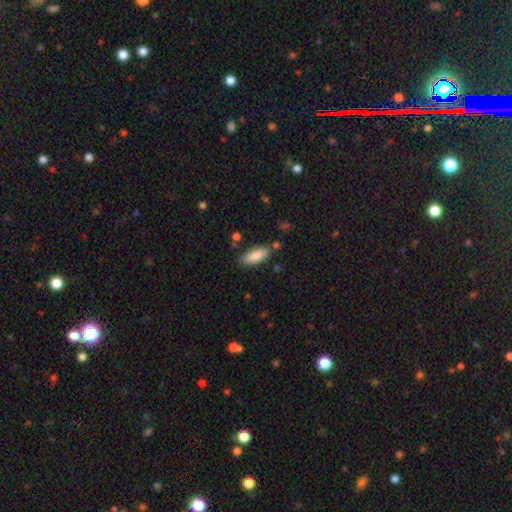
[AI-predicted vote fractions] The model was most divided on "how rounded": in between: 76%, cigar-shaped: 22%, round: 2%. More confident: smooth or featured — smooth (86%); merging — none (80%).